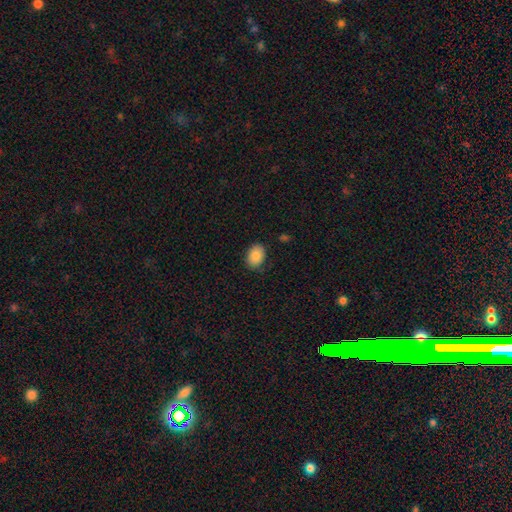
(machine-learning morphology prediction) The model was most divided on "how rounded": in between: 77%, round: 23%, cigar-shaped: 1%. More confident: smooth or featured — smooth (87%); merging — none (82%).